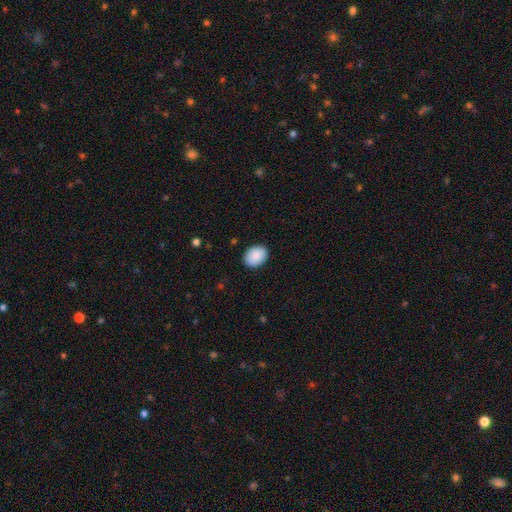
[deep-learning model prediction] Overall: smooth (88%). How rounded: in between (65%; round 34%). Merging: none (89%).